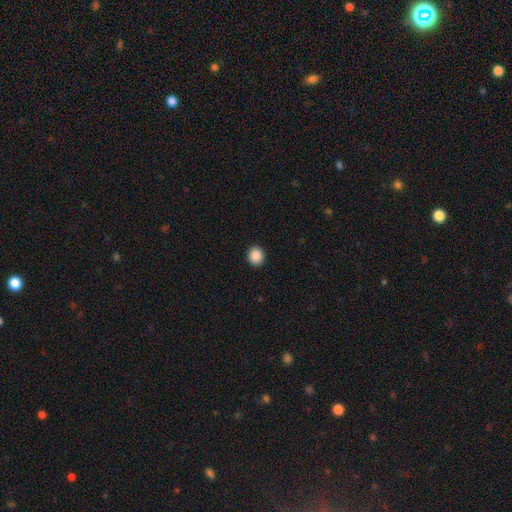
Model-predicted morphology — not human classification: A smooth galaxy with no disk features (89%) that is round (85%).

Vote fractions:
- Smooth or featured? smooth: 89% / star or artifact: 9% / featured or disk: 2%
- How rounded? round: 85% / in between: 14% / cigar-shaped: 1%
- Merging? none: 93% / minor disturbance: 5% / major disturbance: 2% / merger: 1%